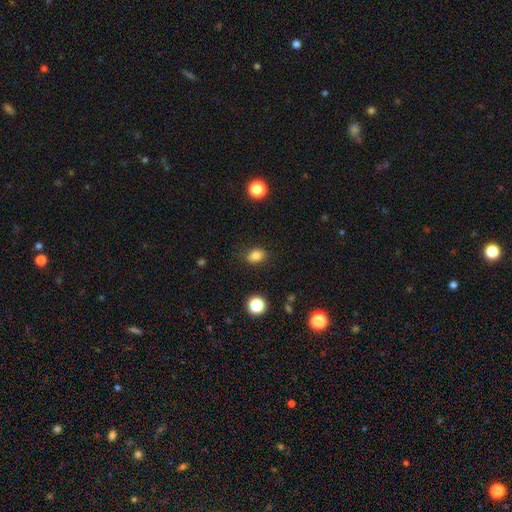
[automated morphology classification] Overall: smooth (84%). How rounded: in between (72%). Merging: none (86%).